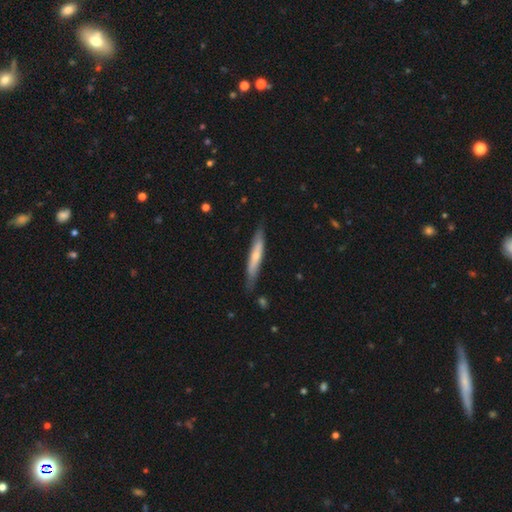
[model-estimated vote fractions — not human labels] Morphology: type=smooth (53%); roundness=cigar-shaped (92%); merging=none (81%).